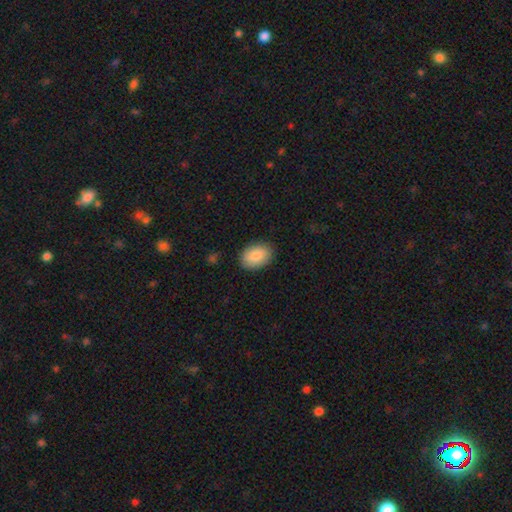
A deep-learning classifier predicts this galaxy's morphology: The model was most divided on "how rounded": in between: 84%, round: 15%, cigar-shaped: 1%. More confident: smooth or featured — smooth (87%); merging — none (86%).